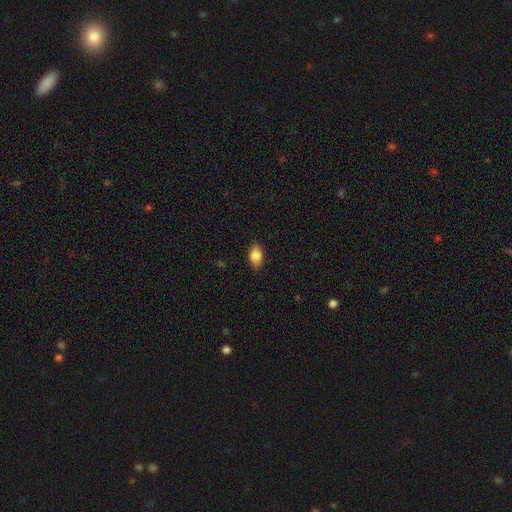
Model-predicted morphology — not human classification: A smooth galaxy with no disk features (84%) that is in between round and cigar-shaped (88%). Merging: none (86%).